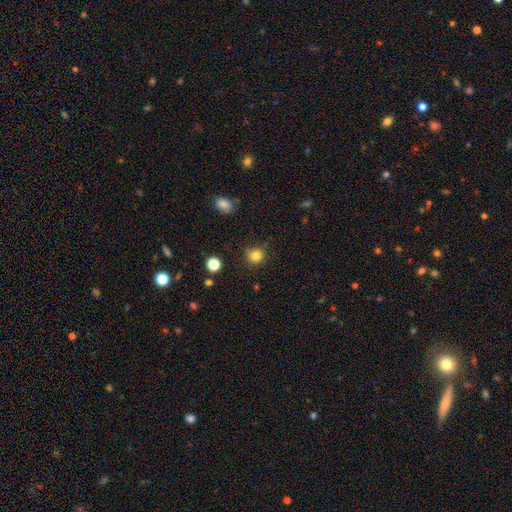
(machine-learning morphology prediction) smooth 82%, star or artifact 13%, featured or disk 5%. Down the decision tree: how rounded — round (85%); merging — none (72%).